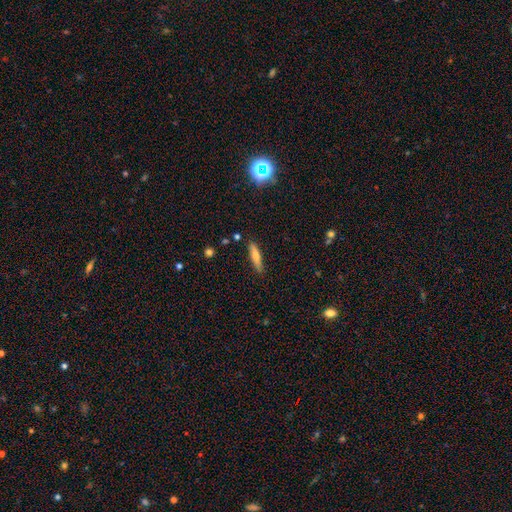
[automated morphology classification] smooth_or_featured: smooth (p=0.67) [alt: featured or disk p=0.26]
how_rounded: cigar-shaped (p=0.83) [alt: in between p=0.15]
merging: none (p=0.86) [alt: minor disturbance p=0.10]